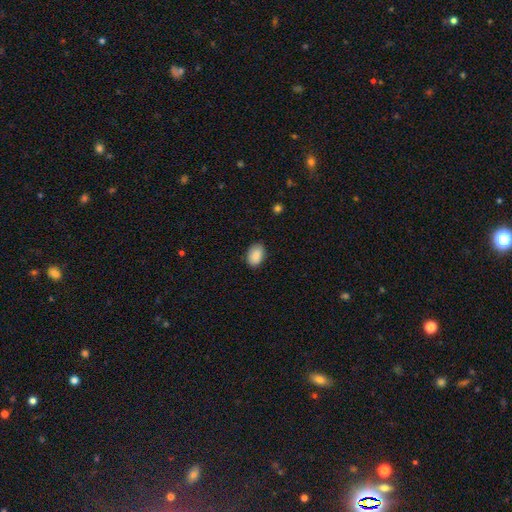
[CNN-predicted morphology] This is clearly a smooth galaxy (89%). How rounded: clearly in between (88%). Merging: clearly none (83%).